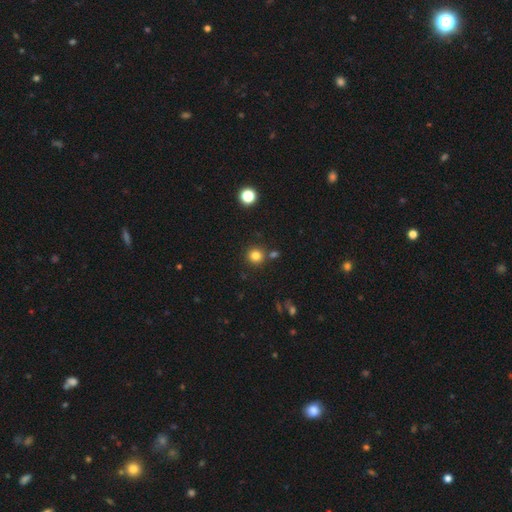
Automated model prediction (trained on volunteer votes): Smooth or featured: smooth — 81% (star or artifact — 14%)
How rounded: round — 94% (in between — 6%)
Merging: none — 83% (merger — 8%)